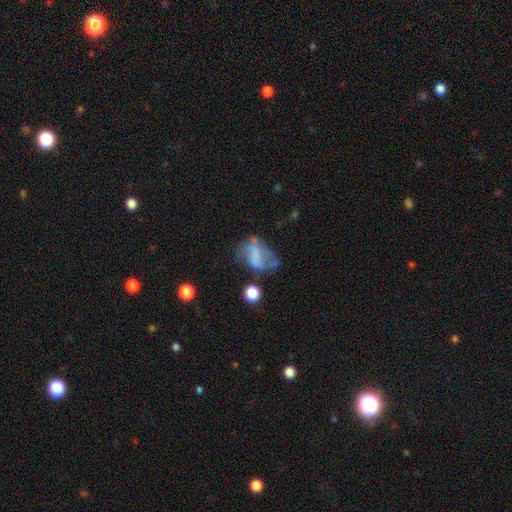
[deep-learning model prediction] Morphology: type=smooth (48%); merging=none (34%).